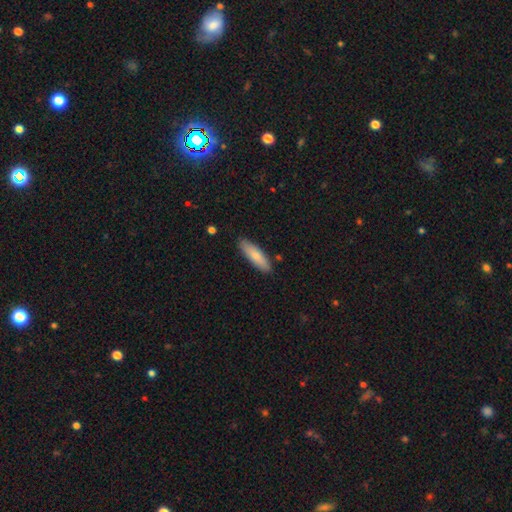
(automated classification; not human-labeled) Q: Smooth or featured?
A: smooth (77%); runner-up: featured or disk (18%)
Q: How rounded?
A: cigar-shaped (58%); runner-up: in between (40%)
Q: Merging?
A: none (87%); runner-up: minor disturbance (10%)